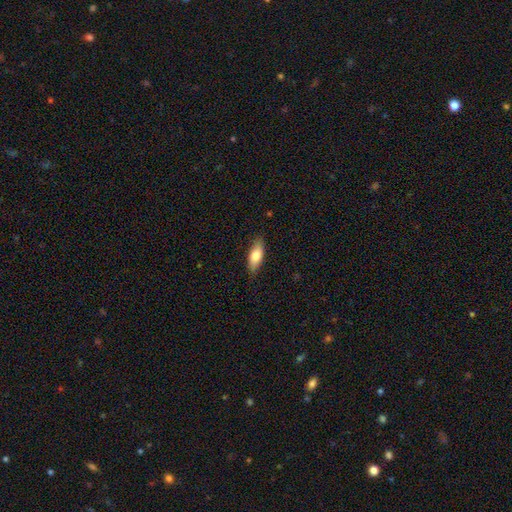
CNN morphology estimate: smooth_or_featured: smooth (p=0.76) [alt: featured or disk p=0.18]
how_rounded: in between (p=0.76) [alt: cigar-shaped p=0.22]
merging: none (p=0.84) [alt: minor disturbance p=0.13]